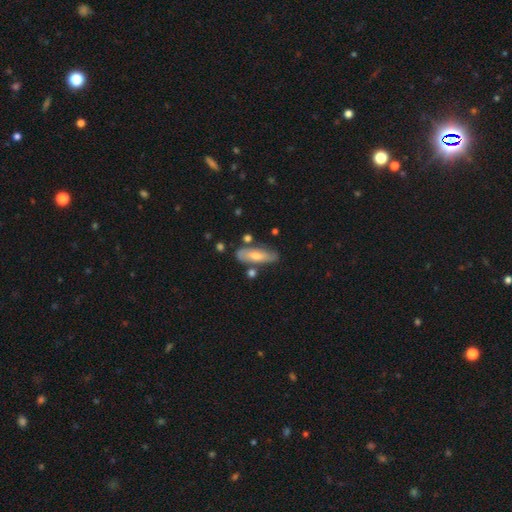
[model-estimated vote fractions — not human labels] Smooth or featured?
  - smooth: 54% *
  - featured or disk: 40%
  - star or artifact: 6%
How rounded?
  - in between: 60% *
  - cigar-shaped: 38%
  - round: 3%
Merging?
  - none: 68% *
  - minor disturbance: 19%
  - merger: 8%
  - major disturbance: 5%